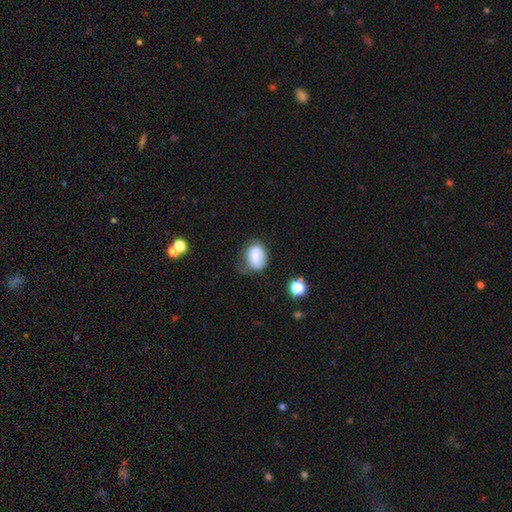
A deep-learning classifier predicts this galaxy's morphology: This appears to be a smooth galaxy with no disk features (74%) that is in between round and cigar-shaped (68%). Merging: none (39%).